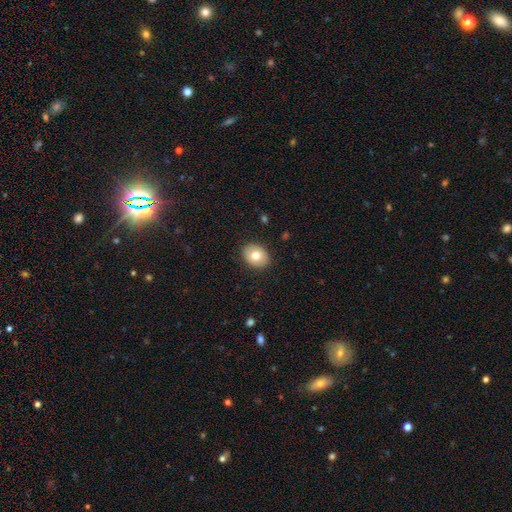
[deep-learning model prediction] This is likely a smooth galaxy (76%). How rounded: possibly in between (58%). Merging: clearly none (89%).